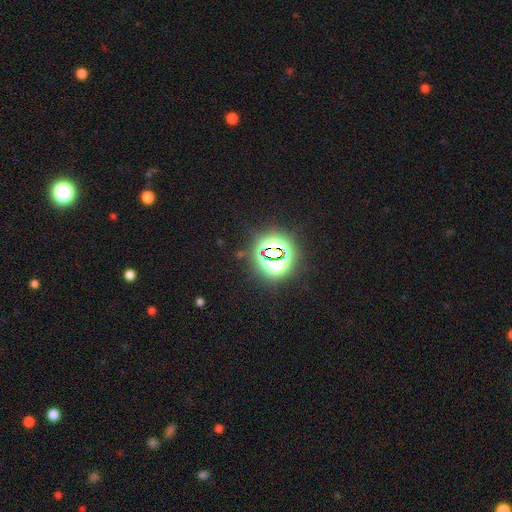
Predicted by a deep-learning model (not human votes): The model was most divided on "smooth or featured": star or artifact: 82%, smooth: 12%, featured or disk: 7%.